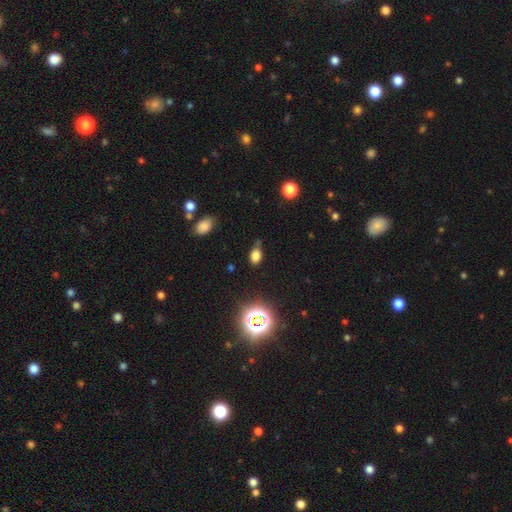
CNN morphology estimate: Smooth or featured?
  - smooth: 72% *
  - star or artifact: 21%
  - featured or disk: 7%
How rounded?
  - in between: 77% *
  - round: 21%
  - cigar-shaped: 2%
Merging?
  - none: 66% *
  - minor disturbance: 21%
  - merger: 7%
  - major disturbance: 6%